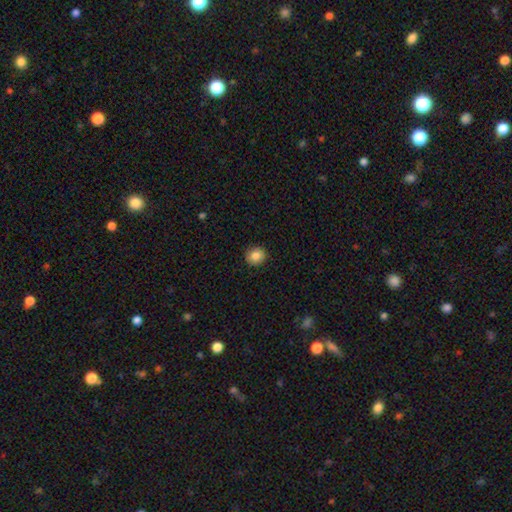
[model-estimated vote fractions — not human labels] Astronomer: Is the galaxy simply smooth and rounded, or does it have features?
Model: smooth — 85%.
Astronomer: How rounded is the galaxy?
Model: round — 85%.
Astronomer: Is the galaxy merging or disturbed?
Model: none — 90%.